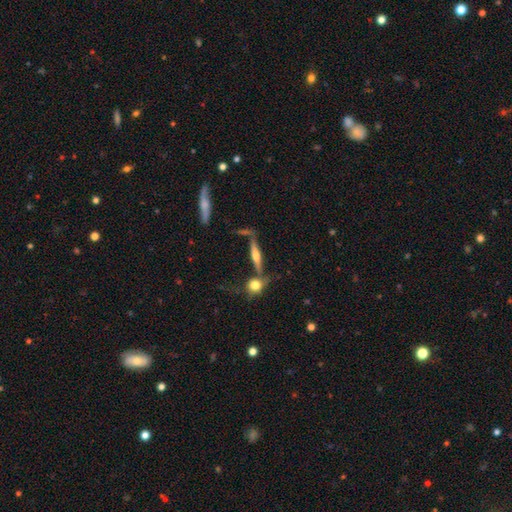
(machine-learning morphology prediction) Smooth or featured? Predicted: featured or disk (p=0.64). Edge-on disk? Predicted: yes (p=0.92). Edge-on bulge? Predicted: rounded (p=0.87). Merging? Predicted: none (p=0.66).